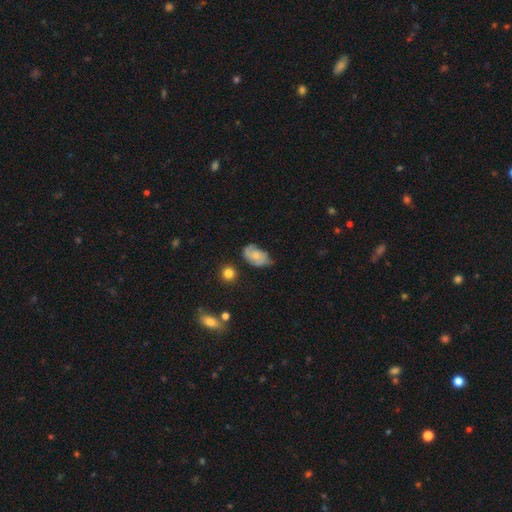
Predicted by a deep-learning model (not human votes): smooth 47%, featured or disk 46%, star or artifact 8%. Down the decision tree: merging — none (51%).